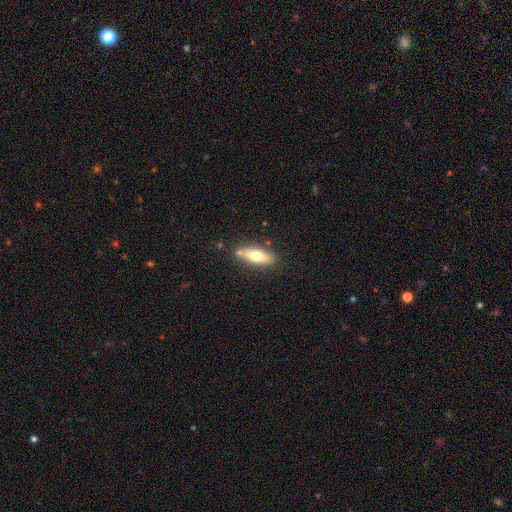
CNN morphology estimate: Smooth or featured? Predicted: smooth (p=0.61). How rounded? Predicted: in between (p=0.55). Merging? Predicted: none (p=0.77).